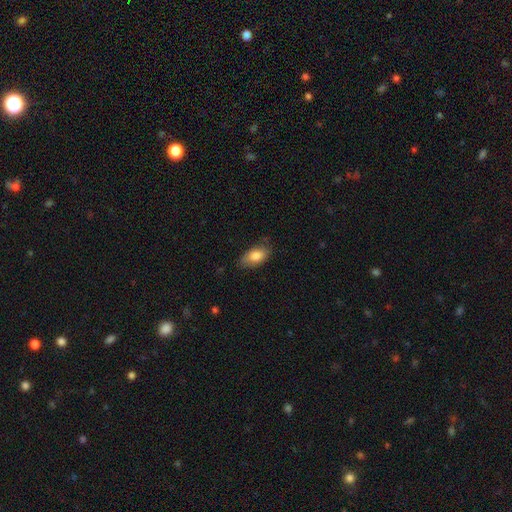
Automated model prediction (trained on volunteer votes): A smooth galaxy with no disk features (82%) that is in between round and cigar-shaped (92%).

Vote fractions:
- Smooth or featured? smooth: 82% / featured or disk: 12% / star or artifact: 7%
- How rounded? in between: 92% / round: 5% / cigar-shaped: 3%
- Merging? none: 77% / minor disturbance: 18% / major disturbance: 3% / merger: 1%